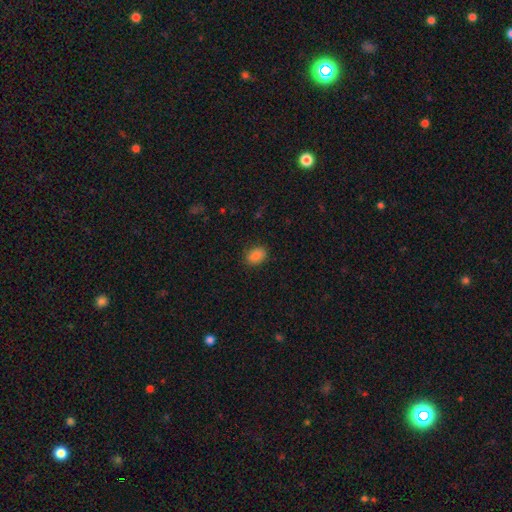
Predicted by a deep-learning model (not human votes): smooth 84%, star or artifact 9%, featured or disk 7%. Down the decision tree: how rounded — in between (72%); merging — none (86%).